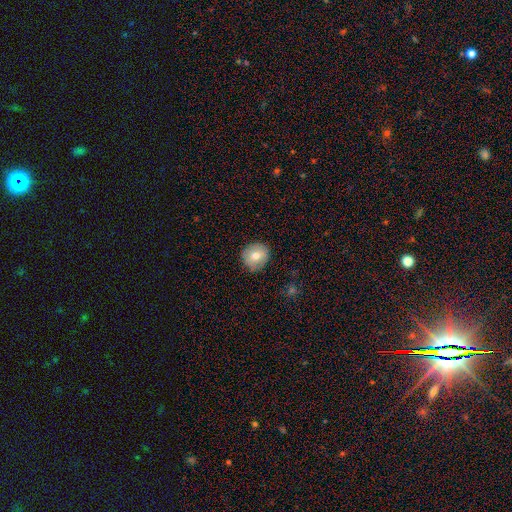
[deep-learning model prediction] Smooth or featured?
  - smooth: 72% *
  - featured or disk: 20%
  - star or artifact: 9%
How rounded?
  - round: 89% *
  - in between: 10%
  - cigar-shaped: 1%
Merging?
  - none: 87% *
  - minor disturbance: 10%
  - major disturbance: 2%
  - merger: 1%